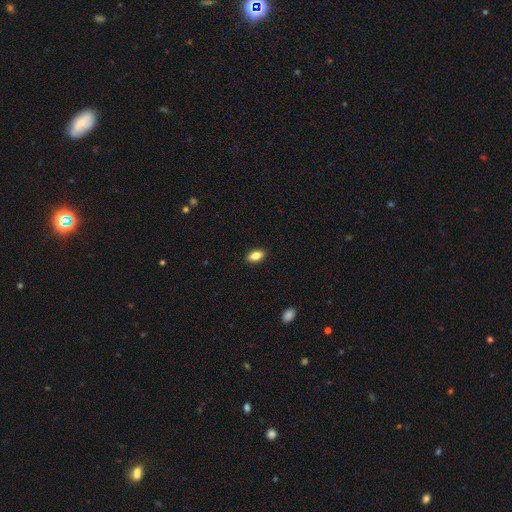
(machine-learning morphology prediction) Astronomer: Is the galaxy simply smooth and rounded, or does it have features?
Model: smooth — 83%.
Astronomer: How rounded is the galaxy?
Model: in between — 90%.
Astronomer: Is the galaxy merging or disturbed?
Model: none — 90%.